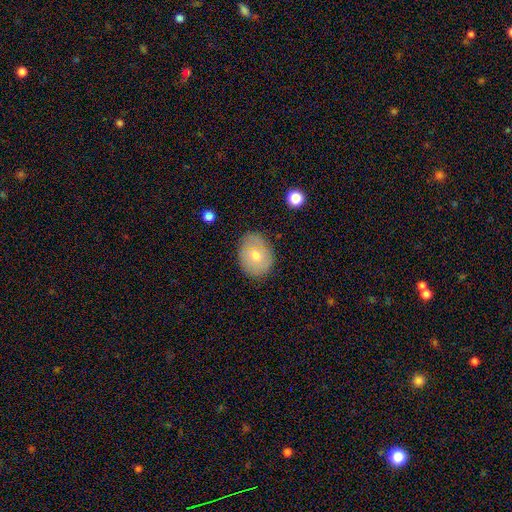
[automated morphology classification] smooth-or-featured: smooth: 62% | featured or disk: 30% | star or artifact: 8%
  how-rounded: in between: 58% | round: 41% | cigar-shaped: 1%
  merging: none: 79% | minor disturbance: 16% | major disturbance: 3% | merger: 1%